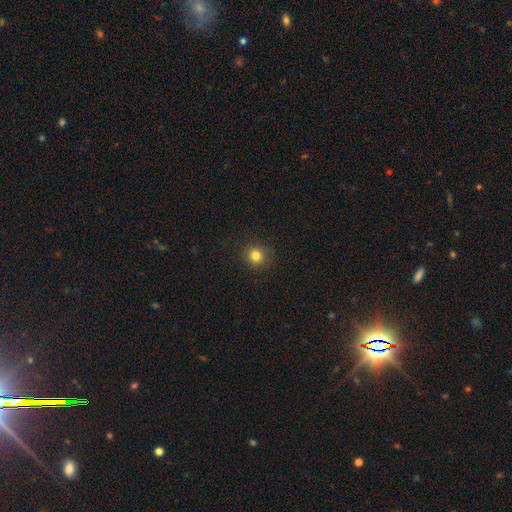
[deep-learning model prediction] This is clearly a smooth galaxy (81%). How rounded: clearly round (88%). Merging: clearly none (86%).